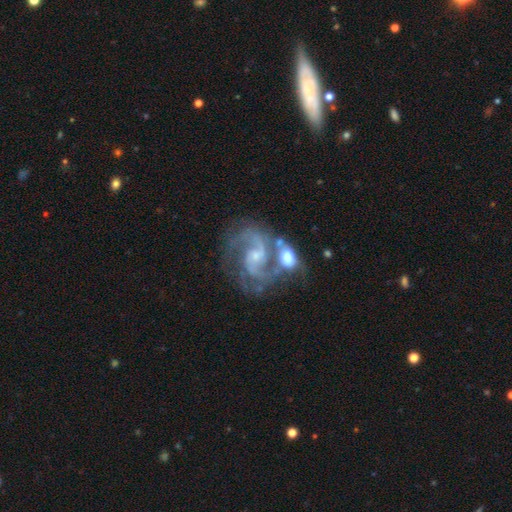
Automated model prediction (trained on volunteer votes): Smooth or featured?
  - featured or disk: 90% *
  - star or artifact: 6%
  - smooth: 4%
Edge-on disk?
  - no: 98% *
  - yes: 2%
Bar?
  - weak: 44% *
  - no: 43%
  - strong: 13%
Spiral arms?
  - yes: 97% *
  - no: 3%
Spiral winding?
  - medium: 59% *
  - loose: 20%
  - tight: 20%
Spiral arm count?
  - 2: 83% *
  - 3: 6%
  - can't tell: 5%
  - 1: 2%
  - 4: 2%
  - more than 4: 2%
Bulge size?
  - small: 63% *
  - moderate: 28%
  - none: 6%
  - large: 2%
  - dominant: 1%
Merging?
  - none: 43% *
  - merger: 30%
  - minor disturbance: 15%
  - major disturbance: 12%